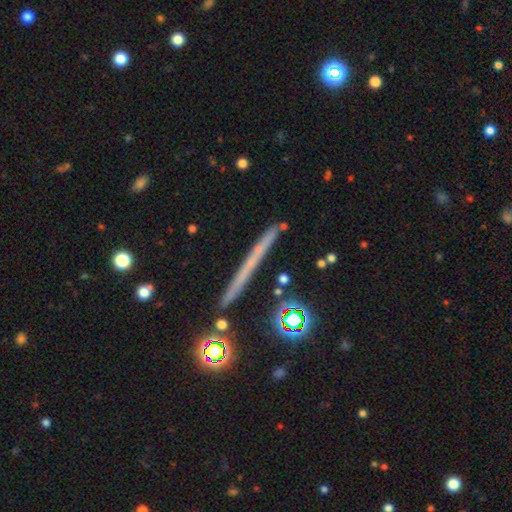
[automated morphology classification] A featured or disk galaxy (49%).

Vote fractions:
- Smooth or featured? featured or disk: 49% / smooth: 38% / star or artifact: 13%
- Merging? none: 88% / minor disturbance: 8% / merger: 2% / major disturbance: 2%